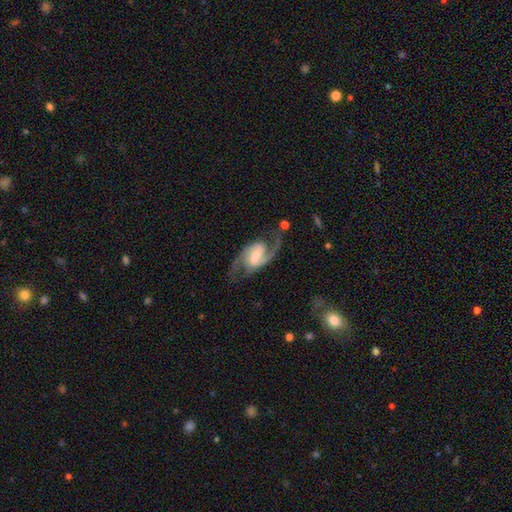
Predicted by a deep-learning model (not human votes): Overall: featured or disk (90%). Edge-on disk: no (97%). Bar: weak (51%; strong 28%). Spiral arms: yes (97%). Spiral arm count: 2 (92%). Spiral winding: medium (54%; loose 33%). Bulge size: moderate (45%; small 40%). Merging: none (71%).